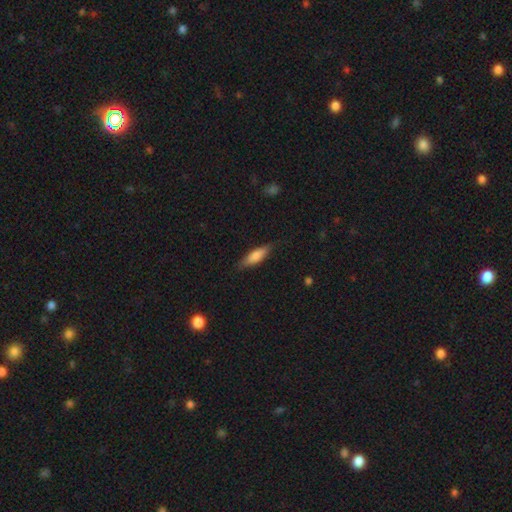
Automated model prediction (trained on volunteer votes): A smooth galaxy with no disk features (72%) that is cigar-shaped (58%). Merging: none (82%).